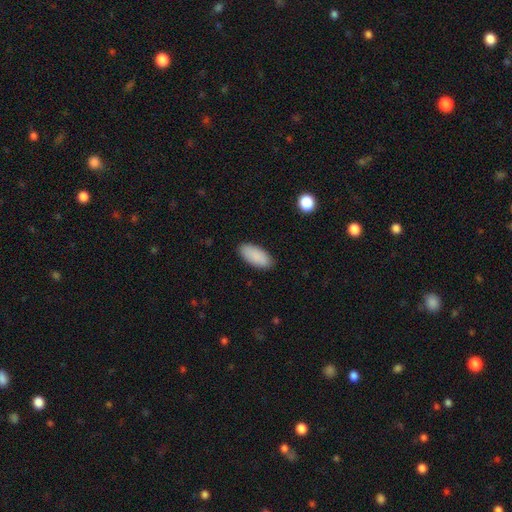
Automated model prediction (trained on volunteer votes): smooth-or-featured: smooth: 90% | star or artifact: 6% | featured or disk: 4%
  how-rounded: in between: 91% | cigar-shaped: 7% | round: 2%
  merging: none: 88% | minor disturbance: 9% | major disturbance: 2% | merger: 1%